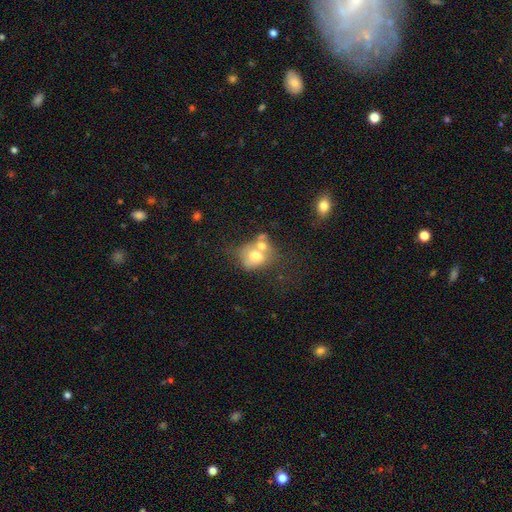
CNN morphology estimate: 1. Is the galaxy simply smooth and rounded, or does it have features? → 62% smooth, 29% featured or disk, 10% star or artifact.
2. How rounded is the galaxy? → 50% round, 49% in between, 1% cigar-shaped.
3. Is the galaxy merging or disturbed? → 60% merger, 20% none, 11% minor disturbance, 9% major disturbance.